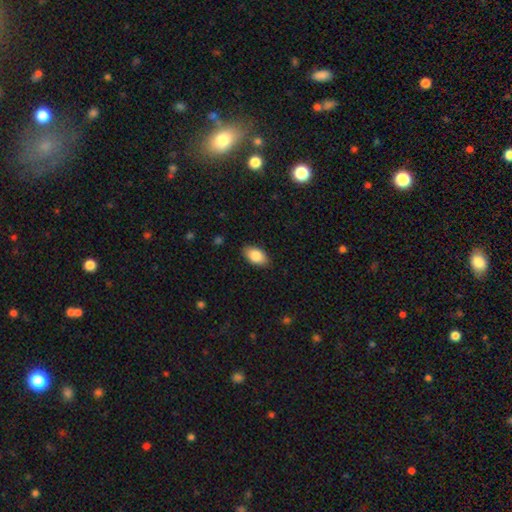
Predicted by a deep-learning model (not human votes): Smooth or featured? Predicted: smooth (p=0.84). How rounded? Predicted: in between (p=0.93). Merging? Predicted: none (p=0.87).